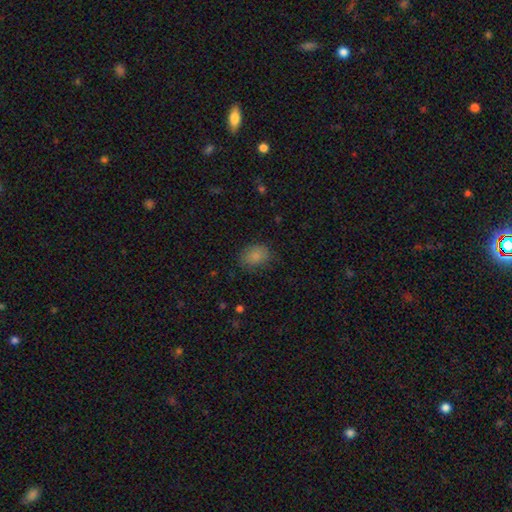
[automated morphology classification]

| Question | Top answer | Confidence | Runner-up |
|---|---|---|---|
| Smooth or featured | smooth | 84% | star or artifact (9%) |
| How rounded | in between | 65% | round (34%) |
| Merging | none | 75% | minor disturbance (19%) |